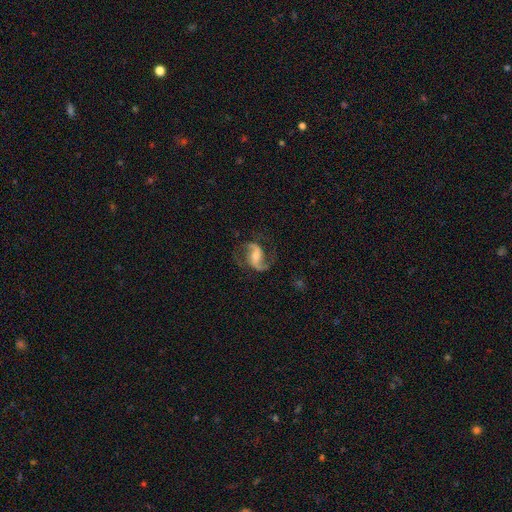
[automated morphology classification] Overall: featured or disk (88%). Edge-on disk: no (97%). Bar: weak (42%; no 34%). Spiral arms: yes (97%). Spiral arm count: 2 (92%). Spiral winding: loose (52%; medium 40%). Bulge size: moderate (50%; small 35%). Merging: none (73%).